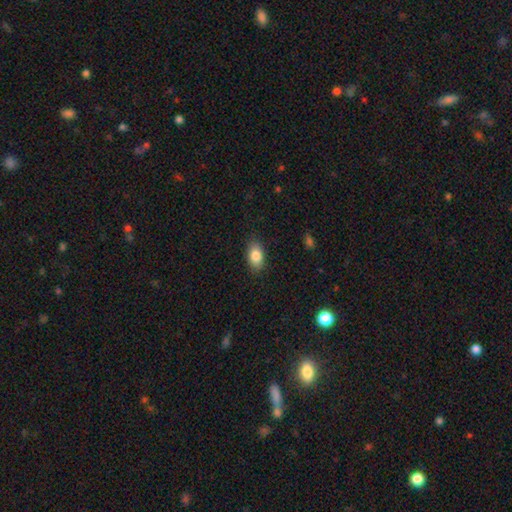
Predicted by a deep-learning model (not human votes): Smooth or featured?
  - smooth: 85% *
  - featured or disk: 8%
  - star or artifact: 8%
How rounded?
  - in between: 90% *
  - round: 7%
  - cigar-shaped: 2%
Merging?
  - none: 87% *
  - minor disturbance: 10%
  - major disturbance: 2%
  - merger: 1%